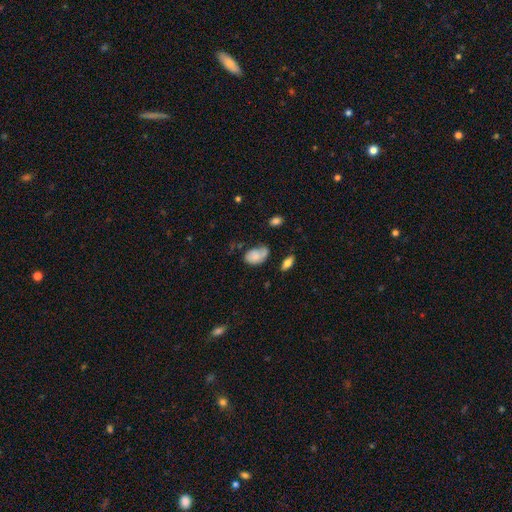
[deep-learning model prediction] This is likely a smooth galaxy (70%). How rounded: clearly in between (85%). Merging: marginally none (41%).